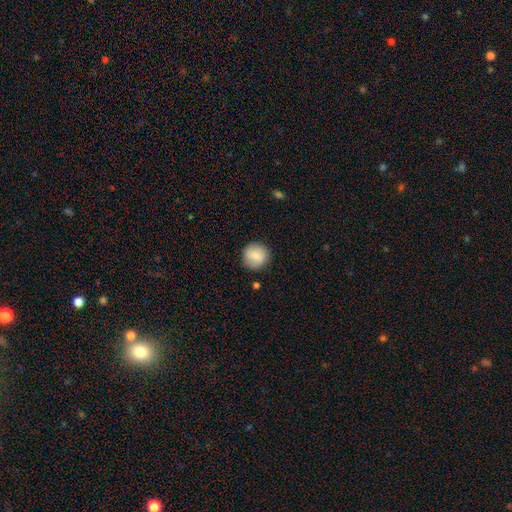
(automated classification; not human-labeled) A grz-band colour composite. It shows a smooth galaxy with no disk features (82%) that is round (93%). Merging: none (87%).